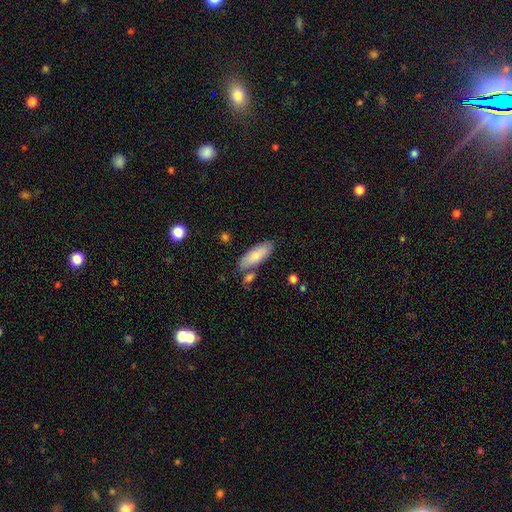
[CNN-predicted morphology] Smooth or featured?
  - smooth: 81% *
  - featured or disk: 13%
  - star or artifact: 6%
How rounded?
  - in between: 65% *
  - cigar-shaped: 33%
  - round: 2%
Merging?
  - none: 74% *
  - minor disturbance: 14%
  - merger: 10%
  - major disturbance: 3%